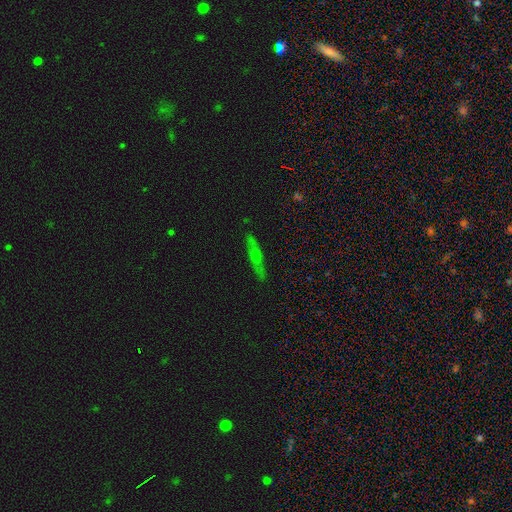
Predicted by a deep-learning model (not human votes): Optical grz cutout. It shows a featured or disk galaxy (57%) viewed edge-on (85%). Merging: none (87%).